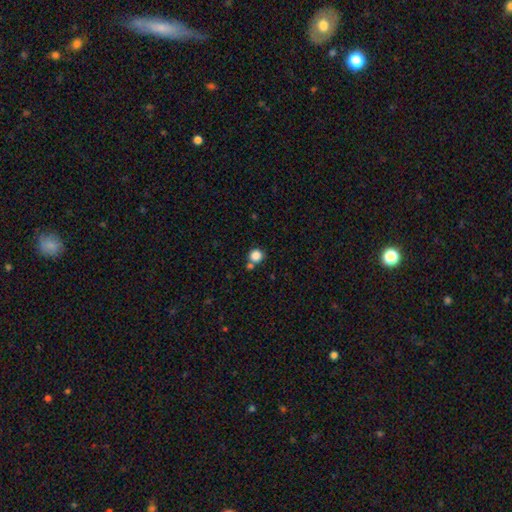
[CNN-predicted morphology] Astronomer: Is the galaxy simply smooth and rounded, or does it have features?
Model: smooth — 85%.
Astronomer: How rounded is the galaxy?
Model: round — 90%.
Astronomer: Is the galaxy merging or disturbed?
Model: none — 65%.